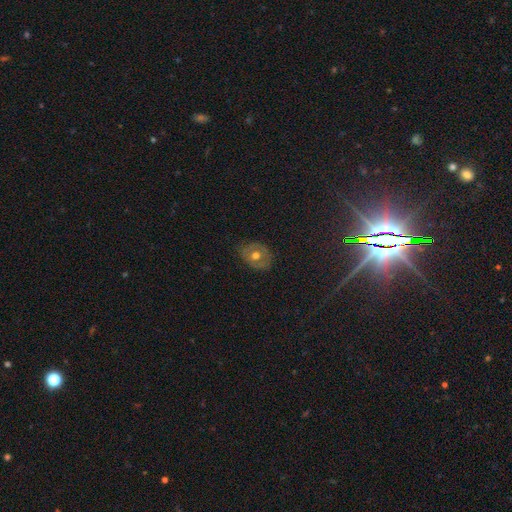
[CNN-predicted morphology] This appears to be a smooth galaxy with no disk features (49%). Merging: none (78%).